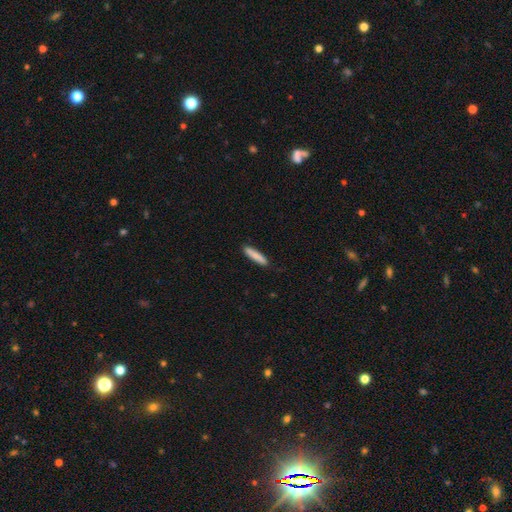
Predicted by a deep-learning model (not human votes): Smooth or featured?
  - smooth: 84% *
  - featured or disk: 10%
  - star or artifact: 6%
How rounded?
  - cigar-shaped: 88% *
  - in between: 11%
  - round: 1%
Merging?
  - none: 89% *
  - minor disturbance: 8%
  - major disturbance: 2%
  - merger: 1%